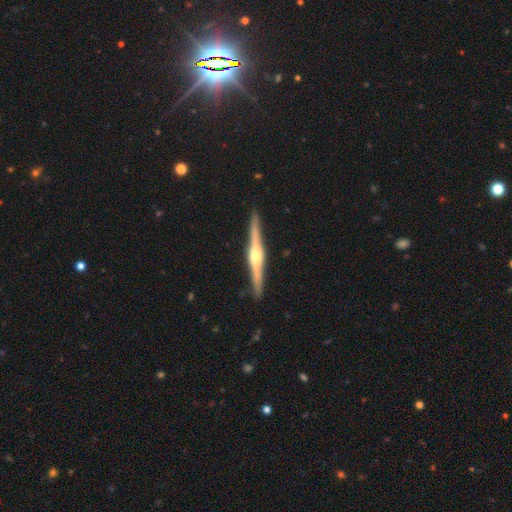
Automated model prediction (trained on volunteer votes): Smooth or featured? featured or disk (80%)
Edge-on disk? yes (98%)
Edge-on bulge? rounded (88%)
Merging? none (90%)